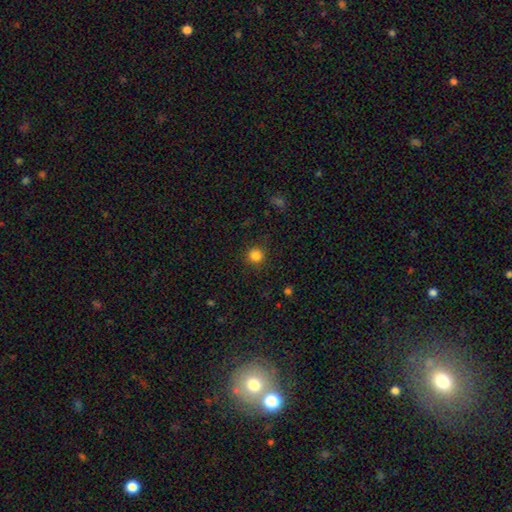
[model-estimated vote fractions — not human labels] Q: Smooth or featured?
A: smooth (84%); runner-up: star or artifact (12%)
Q: How rounded?
A: round (95%); runner-up: in between (4%)
Q: Merging?
A: none (90%); runner-up: minor disturbance (6%)